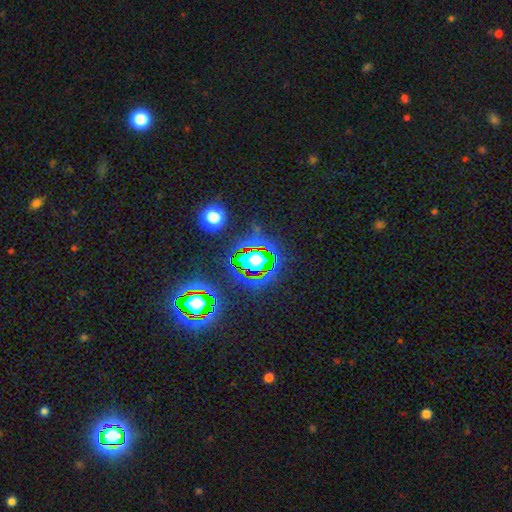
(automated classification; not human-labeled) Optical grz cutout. It shows a star or artifact, not a galaxy (71%).